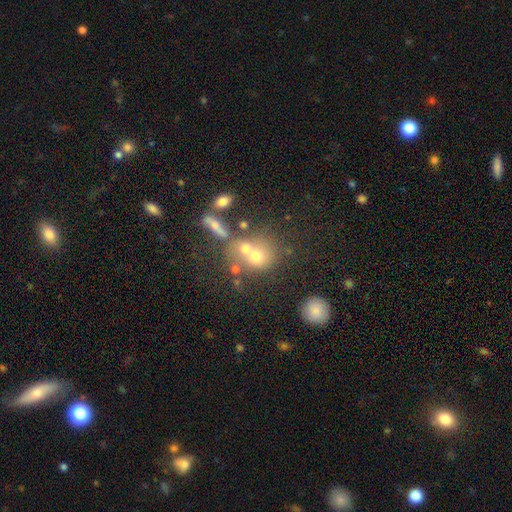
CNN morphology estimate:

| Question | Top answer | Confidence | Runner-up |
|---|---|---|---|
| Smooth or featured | smooth | 61% | featured or disk (23%) |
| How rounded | round | 74% | in between (24%) |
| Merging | merger | 48% | none (36%) |